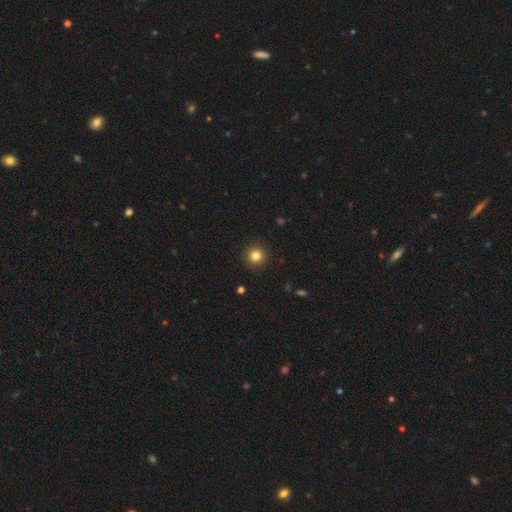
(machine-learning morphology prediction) smooth_or_featured: smooth (p=0.83) [alt: star or artifact p=0.12]
how_rounded: round (p=0.95) [alt: in between p=0.04]
merging: none (p=0.92) [alt: minor disturbance p=0.05]